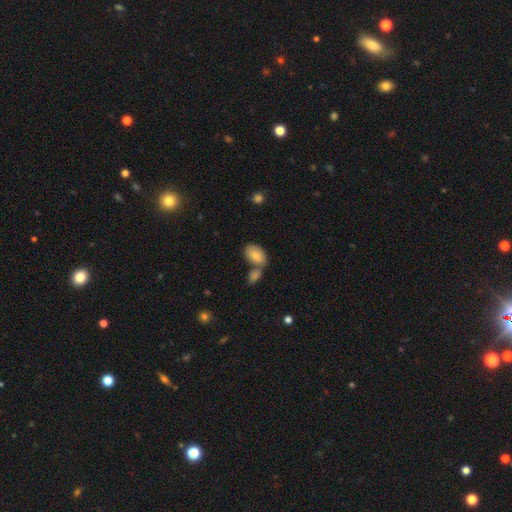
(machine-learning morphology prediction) Smooth or featured: smooth — 79% (featured or disk — 14%)
How rounded: in between — 92% (round — 7%)
Merging: none — 50% (merger — 34%)